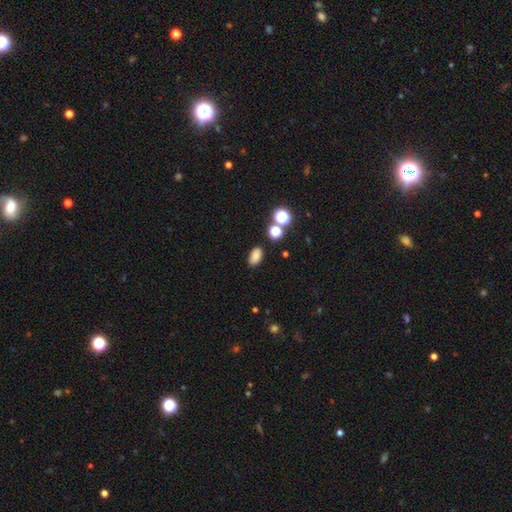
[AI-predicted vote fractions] Q: Smooth or featured?
A: smooth (80%); runner-up: star or artifact (14%)
Q: How rounded?
A: in between (88%); runner-up: round (9%)
Q: Merging?
A: none (84%); runner-up: minor disturbance (10%)